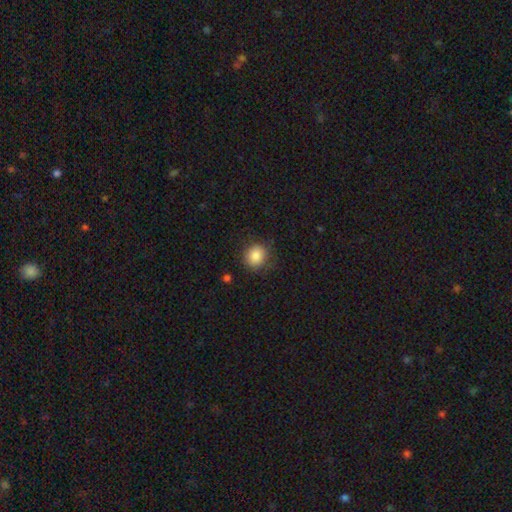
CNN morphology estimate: Smooth or featured? Predicted: smooth (p=0.85). How rounded? Predicted: round (p=0.79). Merging? Predicted: none (p=0.80).